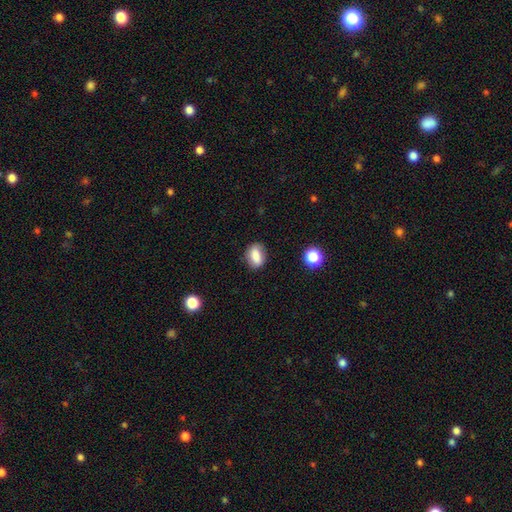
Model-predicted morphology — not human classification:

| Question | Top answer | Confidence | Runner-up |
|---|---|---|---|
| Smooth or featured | smooth | 79% | featured or disk (12%) |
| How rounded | in between | 74% | round (23%) |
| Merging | none | 79% | minor disturbance (15%) |